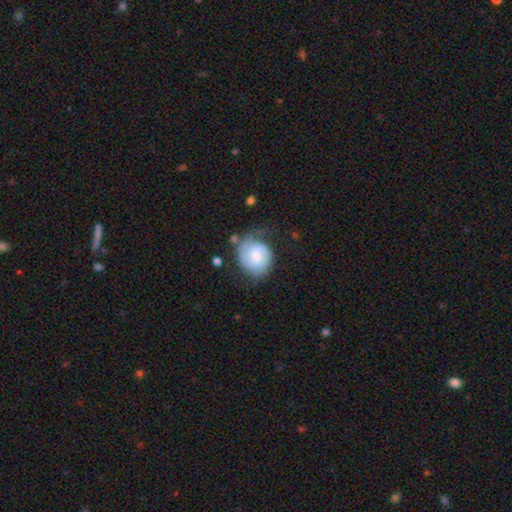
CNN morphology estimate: Smooth or featured? Predicted: featured or disk (p=0.65). Edge-on disk? Predicted: no (p=0.98). Bar? Predicted: no (p=0.59). Spiral arms? Predicted: yes (p=0.92). Spiral winding? Predicted: tight (p=0.48). Spiral arm count? Predicted: 2 (p=0.68). Bulge size? Predicted: moderate (p=0.47). Merging? Predicted: none (p=0.59).